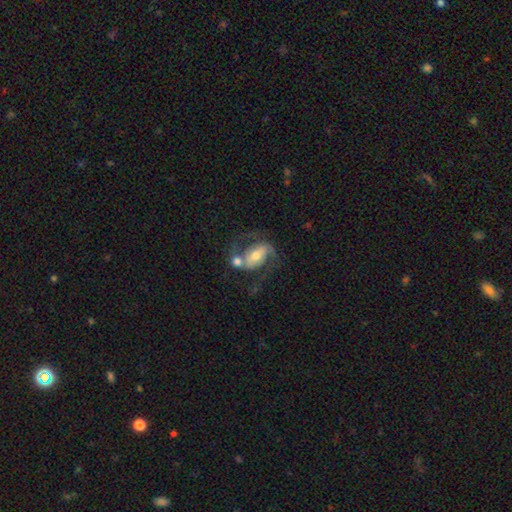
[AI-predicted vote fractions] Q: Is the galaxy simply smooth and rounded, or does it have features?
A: featured or disk — 72%.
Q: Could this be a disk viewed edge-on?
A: no — 96%.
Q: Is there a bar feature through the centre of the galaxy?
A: strong — 35%.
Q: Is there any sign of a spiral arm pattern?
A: yes — 86%.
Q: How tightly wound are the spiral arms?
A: medium — 46%.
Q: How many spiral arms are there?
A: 2 — 87%.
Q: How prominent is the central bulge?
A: moderate — 58%.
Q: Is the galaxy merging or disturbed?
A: none — 38%.